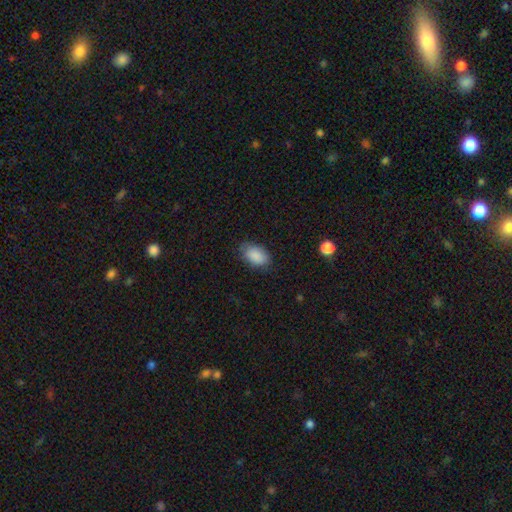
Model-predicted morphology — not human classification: Smooth or featured: smooth — 88% (star or artifact — 7%)
How rounded: in between — 92% (round — 6%)
Merging: none — 78% (minor disturbance — 17%)